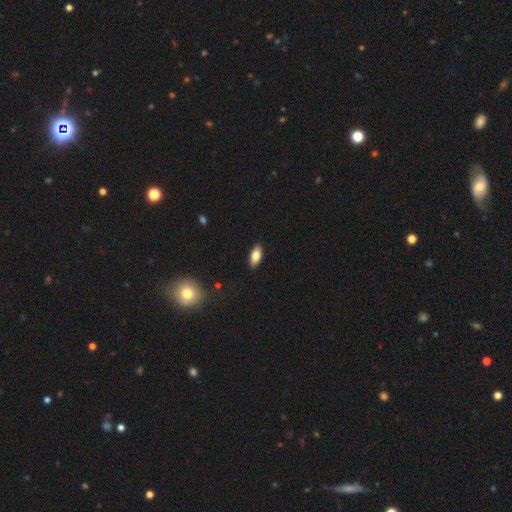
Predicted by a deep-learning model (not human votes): The model was most divided on "smooth or featured": smooth: 79%, featured or disk: 14%, star or artifact: 7%. More confident: merging — none (89%); how rounded — in between (87%).